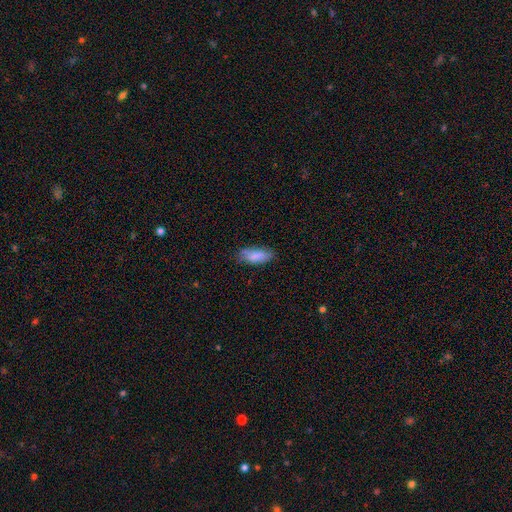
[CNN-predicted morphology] A smooth galaxy with no disk features (80%) that is in between round and cigar-shaped (80%).

Vote fractions:
- Smooth or featured? smooth: 80% / featured or disk: 13% / star or artifact: 7%
- How rounded? in between: 80% / cigar-shaped: 18% / round: 2%
- Merging? none: 69% / minor disturbance: 24% / major disturbance: 5% / merger: 2%